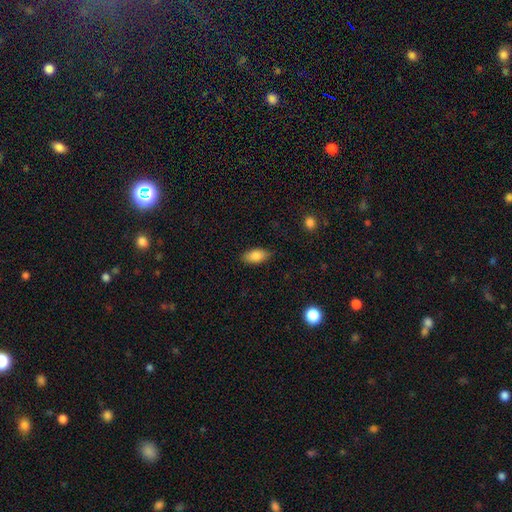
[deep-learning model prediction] Smooth or featured? smooth (84%)
How rounded? in between (90%)
Merging? none (83%)